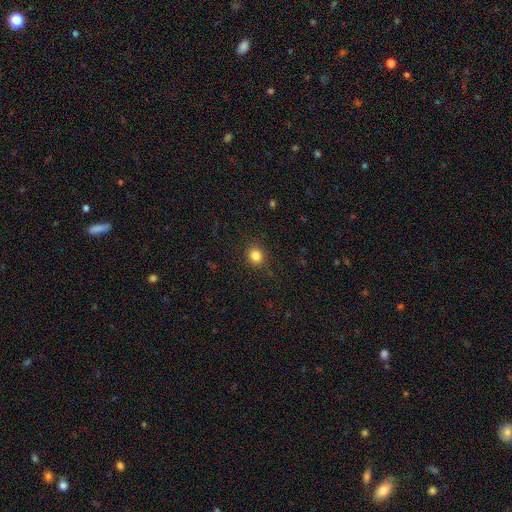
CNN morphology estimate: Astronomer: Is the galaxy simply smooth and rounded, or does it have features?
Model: smooth — 83%.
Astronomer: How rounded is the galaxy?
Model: round — 83%.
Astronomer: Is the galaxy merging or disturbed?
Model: none — 88%.